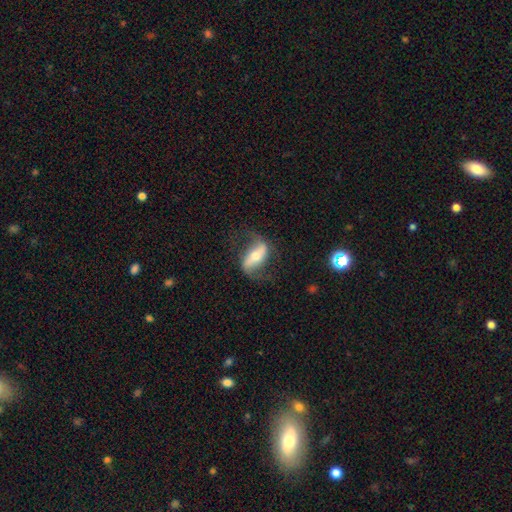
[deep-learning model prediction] The model was most divided on "bulge size": moderate: 56%, small: 32%, large: 8%, none: 2%, dominant: 2%. More confident: spiral arm count — 2 (90%); spiral arms — yes (89%); edge-on disk — no (88%); smooth or featured — featured or disk (75%); merging — none (70%); spiral winding — loose (69%); bar — strong (56%).